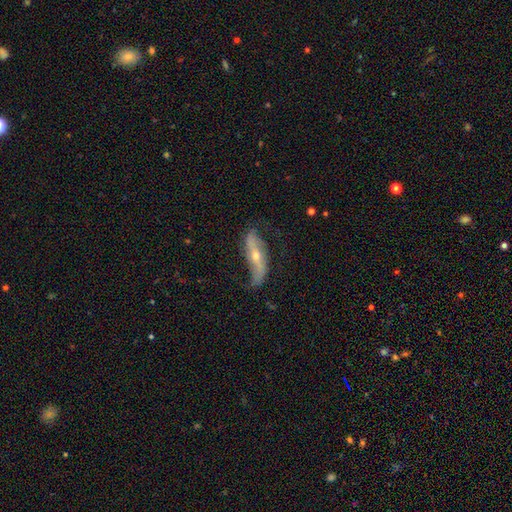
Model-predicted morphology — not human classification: type=featured or disk (78%); edge-on=no (73%); bar=no (42%); spiral arms=yes (86%); bulge=small (55%); merging=none (59%).